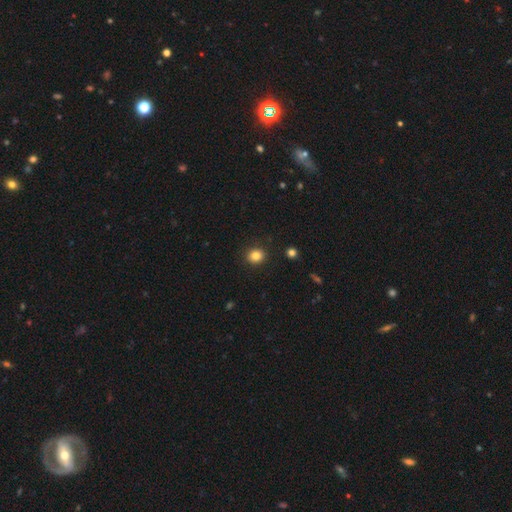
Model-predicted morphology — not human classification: type=smooth (83%); roundness=round (80%); merging=none (91%).